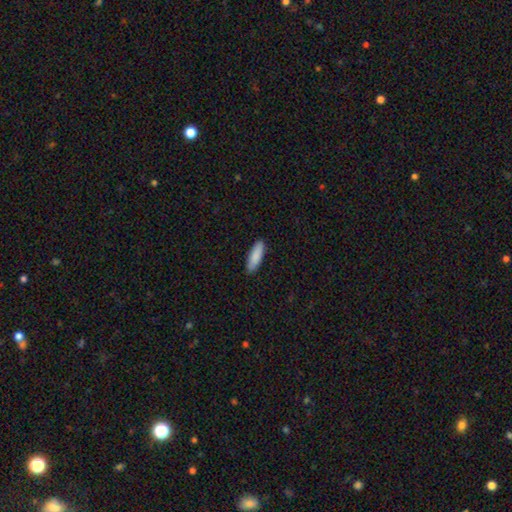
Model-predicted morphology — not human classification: This appears to be a smooth galaxy with no disk features (88%) that is in between round and cigar-shaped (49%, tied with cigar-shaped). Merging: none (89%).